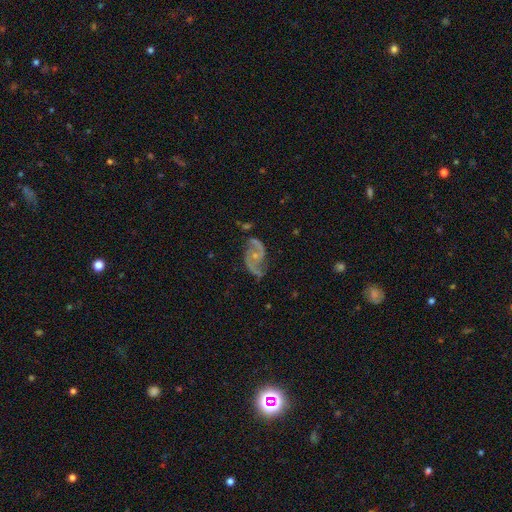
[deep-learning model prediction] This appears to be a featured or disk galaxy (87%) with no bar (65%), 2 (91%) medium (44%) spiral arms (95%) and a small central bulge (65%). Merging: none (61%).